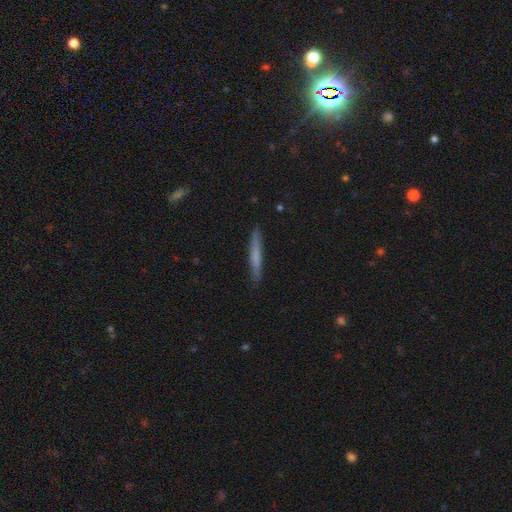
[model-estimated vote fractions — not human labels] A smooth galaxy with no disk features (63%) that is cigar-shaped (96%). Merging: none (88%).